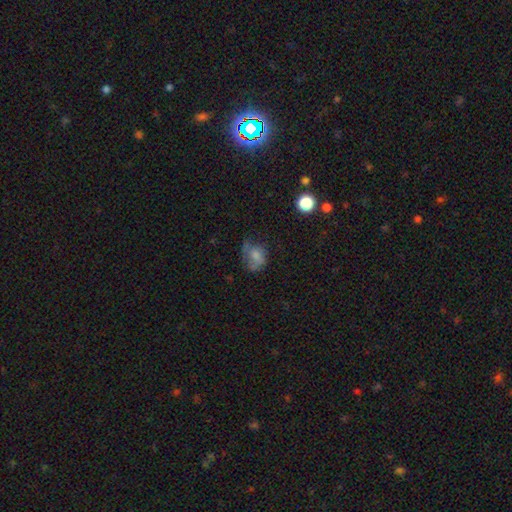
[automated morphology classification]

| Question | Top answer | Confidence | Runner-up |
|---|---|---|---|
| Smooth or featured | smooth | 65% | featured or disk (23%) |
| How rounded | in between | 54% | round (45%) |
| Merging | none | 36% | minor disturbance (31%) |